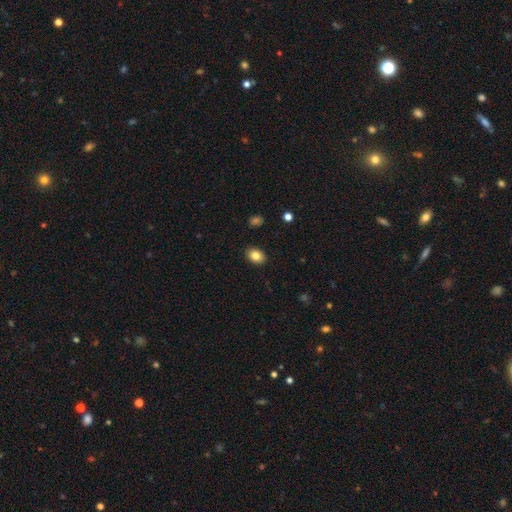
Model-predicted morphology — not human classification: smooth-or-featured: smooth: 84% | star or artifact: 9% | featured or disk: 7%
  how-rounded: in between: 72% | round: 27% | cigar-shaped: 1%
  merging: none: 89% | minor disturbance: 8% | major disturbance: 2% | merger: 1%